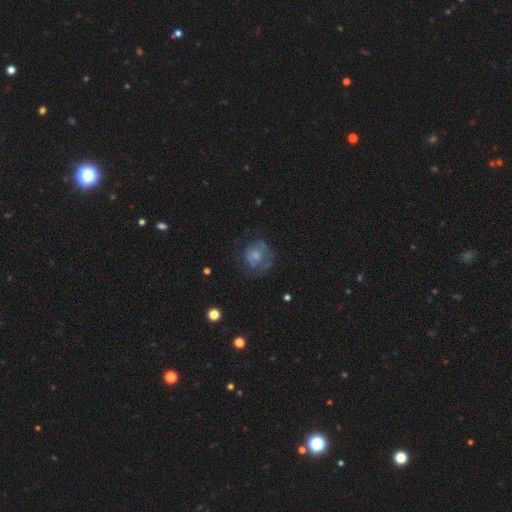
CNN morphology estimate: This is possibly a smooth galaxy (47%). Merging: possibly none (47%).